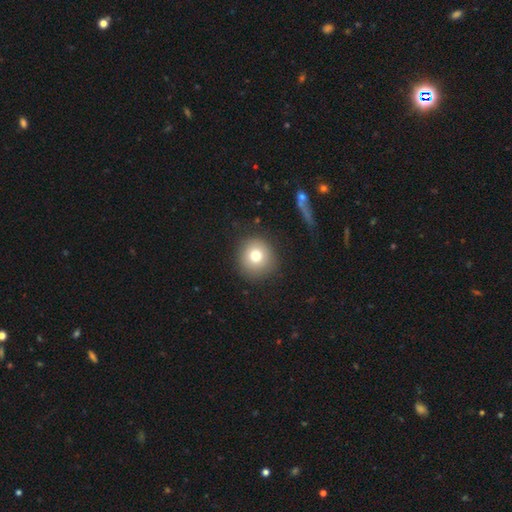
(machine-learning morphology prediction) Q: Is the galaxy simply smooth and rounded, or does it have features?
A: smooth — 76%.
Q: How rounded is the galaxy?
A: round — 92%.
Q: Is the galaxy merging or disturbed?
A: none — 86%.